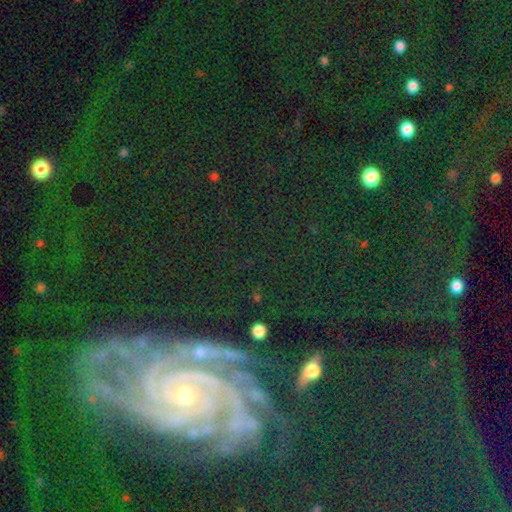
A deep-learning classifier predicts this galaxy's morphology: Smooth or featured?
  - star or artifact: 46% *
  - featured or disk: 33%
  - smooth: 21%